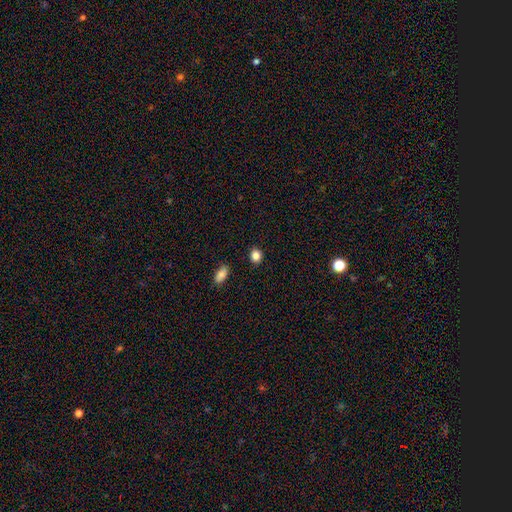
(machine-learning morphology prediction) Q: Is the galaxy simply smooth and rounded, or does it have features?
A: smooth — 85%.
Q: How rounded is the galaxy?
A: round — 68%.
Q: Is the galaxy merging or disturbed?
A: none — 88%.